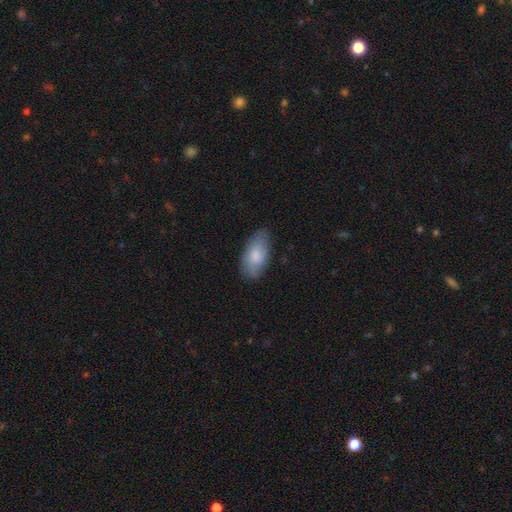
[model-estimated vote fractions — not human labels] Smooth or featured: smooth — 75% (featured or disk — 19%)
How rounded: in between — 92% (cigar-shaped — 6%)
Merging: none — 76% (minor disturbance — 19%)